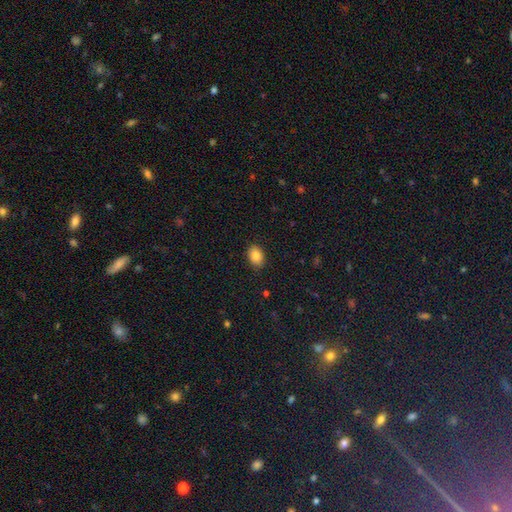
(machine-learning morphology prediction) A smooth galaxy with no disk features (85%) that is in between round and cigar-shaped (69%). Merging: none (89%).